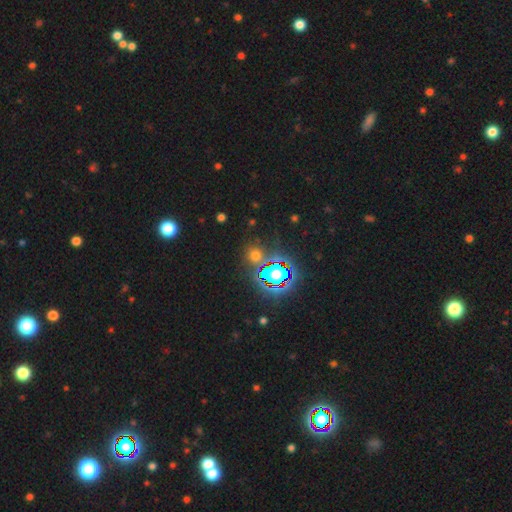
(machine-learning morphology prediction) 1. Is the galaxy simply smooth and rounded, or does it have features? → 50% star or artifact, 42% smooth, 8% featured or disk.